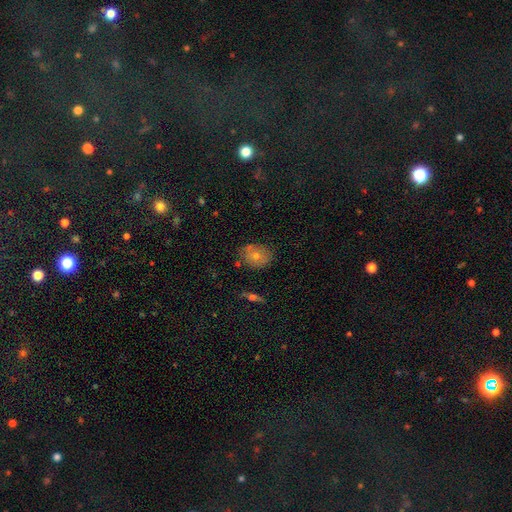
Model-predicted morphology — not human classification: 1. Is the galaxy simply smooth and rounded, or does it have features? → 69% smooth, 22% featured or disk, 9% star or artifact.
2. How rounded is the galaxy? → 53% in between, 46% round, 1% cigar-shaped.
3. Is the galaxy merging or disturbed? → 72% none, 20% minor disturbance, 4% major disturbance, 3% merger.